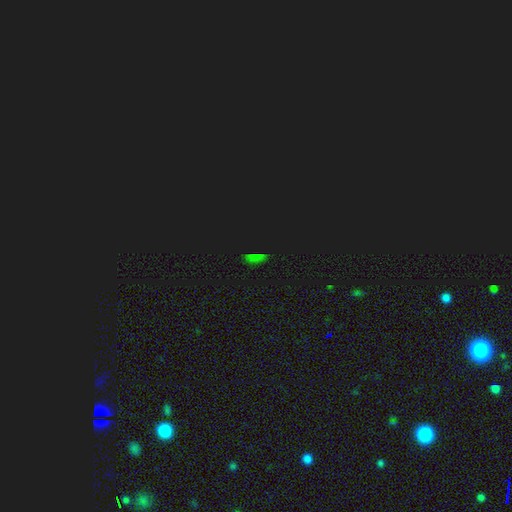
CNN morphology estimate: Q: Smooth or featured?
A: star or artifact (64%); runner-up: smooth (29%)